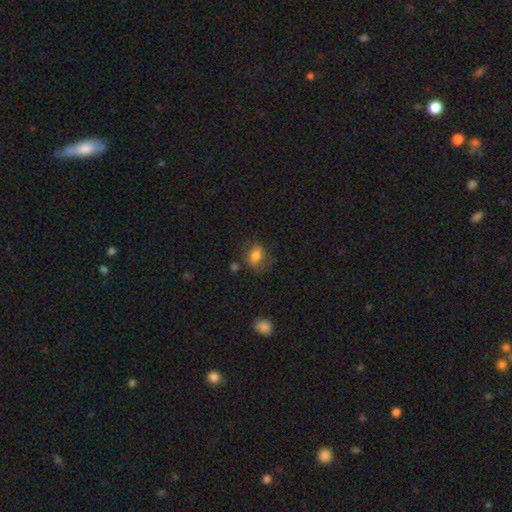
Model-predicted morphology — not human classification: type=smooth (75%); roundness=in between (64%); merging=none (63%).